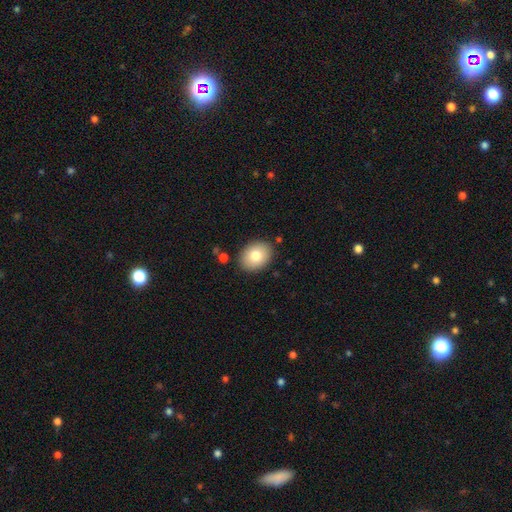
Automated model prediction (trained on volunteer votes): Smooth or featured: smooth — 79% (featured or disk — 13%)
How rounded: in between — 65% (round — 35%)
Merging: none — 87% (minor disturbance — 9%)